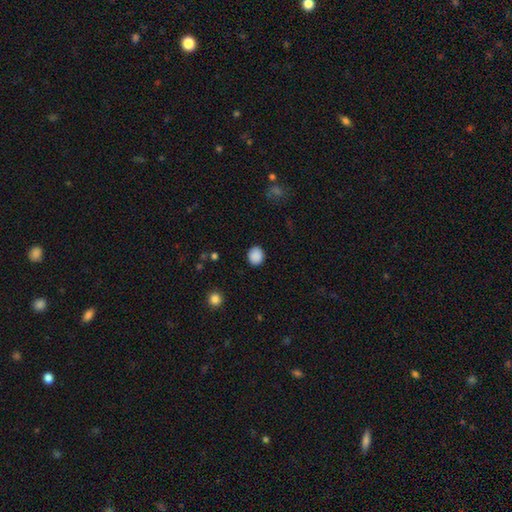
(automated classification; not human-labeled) This is clearly a smooth galaxy (88%). How rounded: likely round (73%). Merging: clearly none (89%).